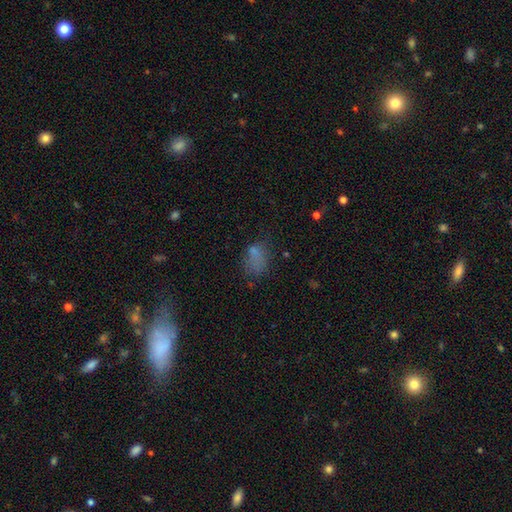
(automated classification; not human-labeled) Morphology: type=smooth (67%); roundness=in between (82%); merging=none (45%).